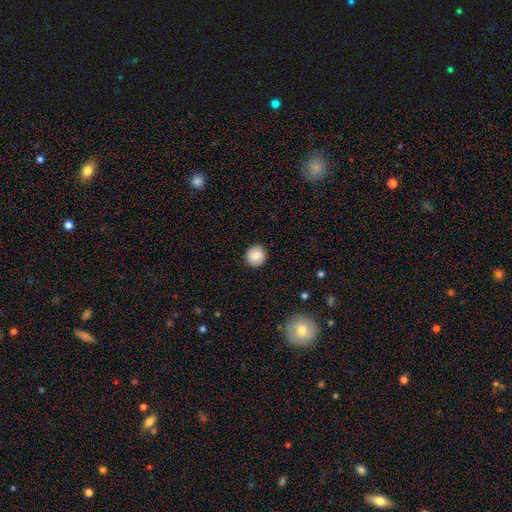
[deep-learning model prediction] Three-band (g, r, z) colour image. It shows a smooth galaxy with no disk features (83%) that is round (91%). Merging: none (90%).